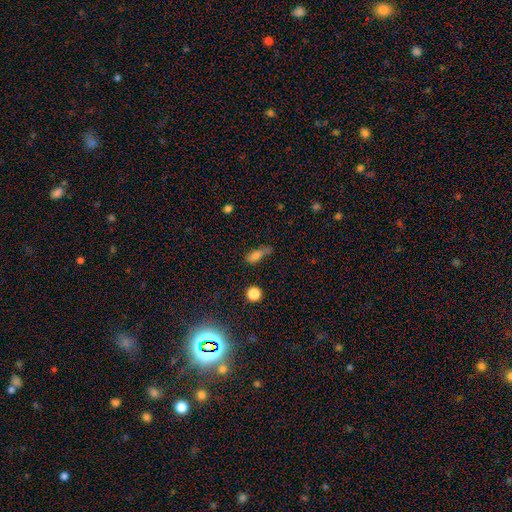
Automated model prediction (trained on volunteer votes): Overall: smooth (74%). How rounded: in between (66%). Merging: none (40%; minor disturbance 31%).